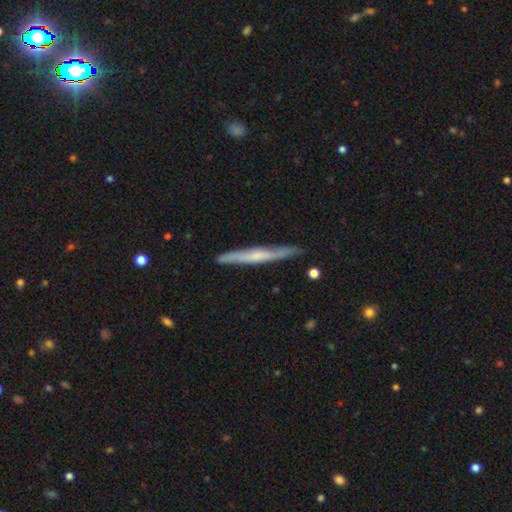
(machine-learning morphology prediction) Q: Smooth or featured?
A: featured or disk (55%); runner-up: smooth (39%)
Q: Edge-on disk?
A: yes (94%); runner-up: no (6%)
Q: Edge-on bulge?
A: none (49%); runner-up: rounded (41%)
Q: Merging?
A: none (86%); runner-up: minor disturbance (11%)